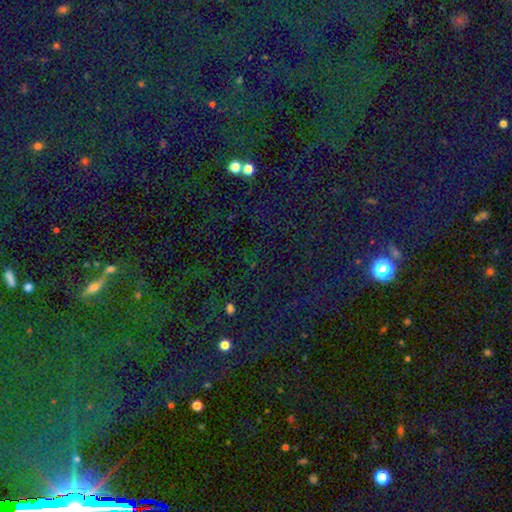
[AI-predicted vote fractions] This is likely a star or artifact rather than a galaxy (77%).